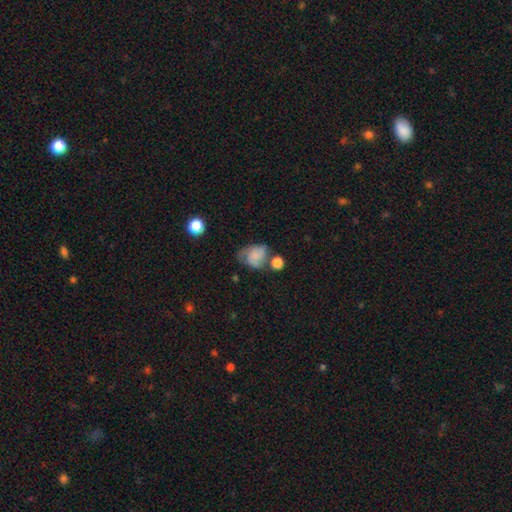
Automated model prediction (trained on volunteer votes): Morphology: type=smooth (53%); roundness=in between (54%); merging=none (35%).